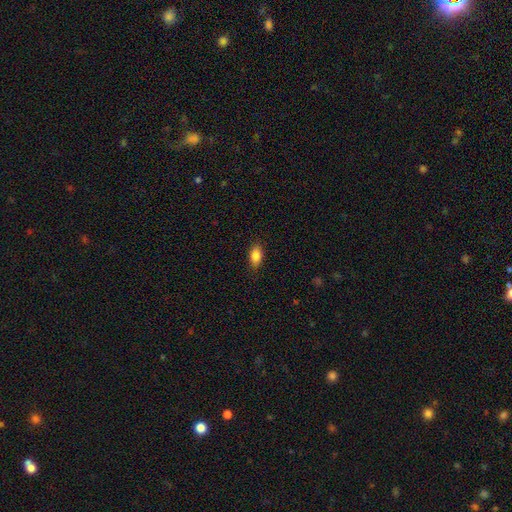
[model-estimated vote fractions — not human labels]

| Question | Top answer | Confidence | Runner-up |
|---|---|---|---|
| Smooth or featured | smooth | 85% | star or artifact (8%) |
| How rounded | in between | 88% | round (8%) |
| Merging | none | 87% | minor disturbance (10%) |